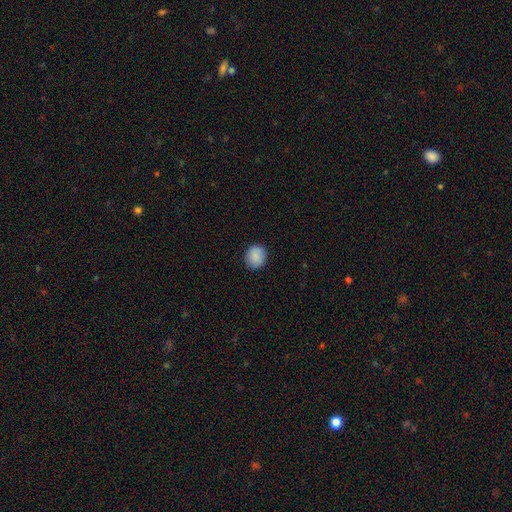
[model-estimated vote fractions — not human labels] A smooth galaxy with no disk features (88%) that is round (82%). Merging: none (88%).